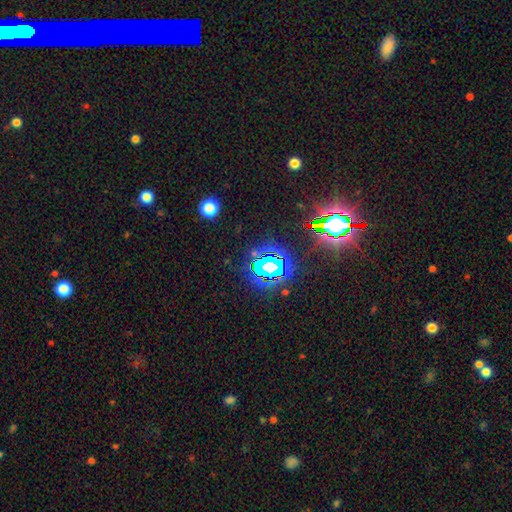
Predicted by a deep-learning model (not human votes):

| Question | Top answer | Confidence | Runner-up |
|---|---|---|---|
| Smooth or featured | star or artifact | 80% | smooth (11%) |